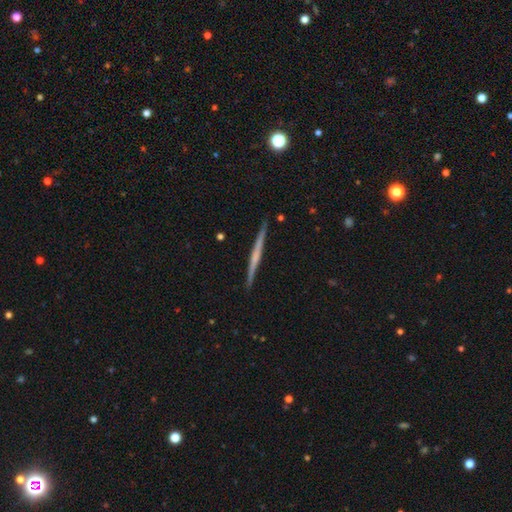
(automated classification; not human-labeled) smooth-or-featured: featured or disk: 67% | smooth: 27% | star or artifact: 5%
  disk-edge-on: yes: 98% | no: 2%
    edge-on-bulge: none: 63% | rounded: 26% | boxy: 11%
  merging: none: 91% | minor disturbance: 6% | major disturbance: 1% | merger: 1%